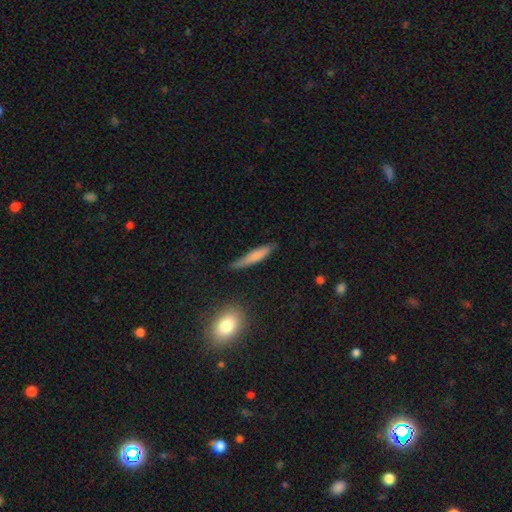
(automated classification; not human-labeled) Q: Smooth or featured?
A: smooth (74%); runner-up: featured or disk (20%)
Q: How rounded?
A: cigar-shaped (87%); runner-up: in between (11%)
Q: Merging?
A: none (69%); runner-up: minor disturbance (23%)